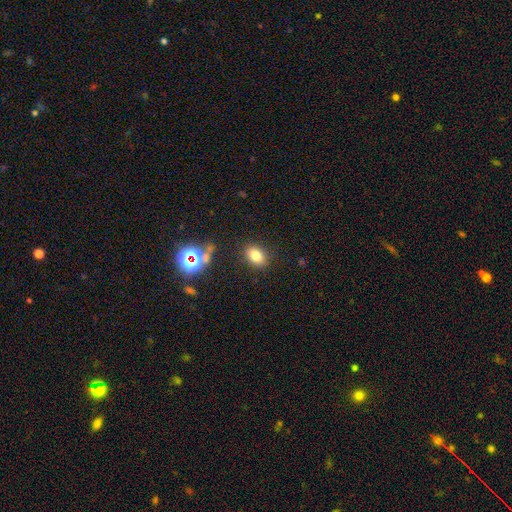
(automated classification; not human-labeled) smooth-or-featured: smooth: 78% | star or artifact: 13% | featured or disk: 9%
  how-rounded: in between: 73% | round: 25% | cigar-shaped: 1%
  merging: none: 85% | minor disturbance: 9% | major disturbance: 3% | merger: 2%